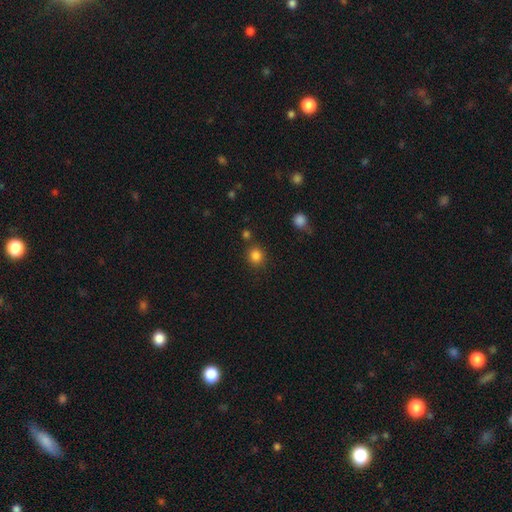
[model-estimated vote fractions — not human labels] smooth-or-featured: smooth: 84% | star or artifact: 12% | featured or disk: 4%
  how-rounded: round: 89% | in between: 10% | cigar-shaped: 1%
  merging: none: 81% | minor disturbance: 9% | merger: 7% | major disturbance: 3%